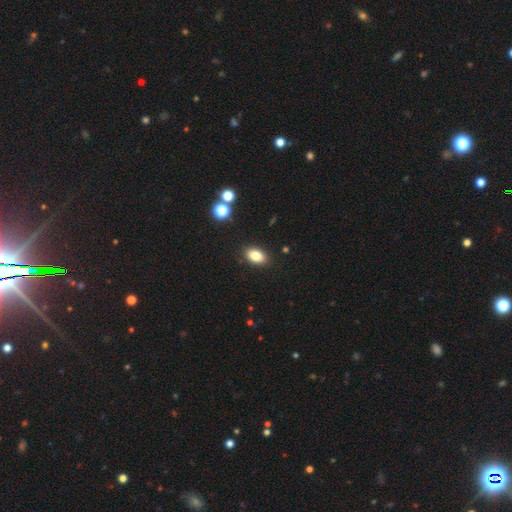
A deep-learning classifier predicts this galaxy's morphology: Smooth or featured: smooth — 82% (star or artifact — 10%)
How rounded: in between — 88% (round — 10%)
Merging: none — 88% (minor disturbance — 8%)